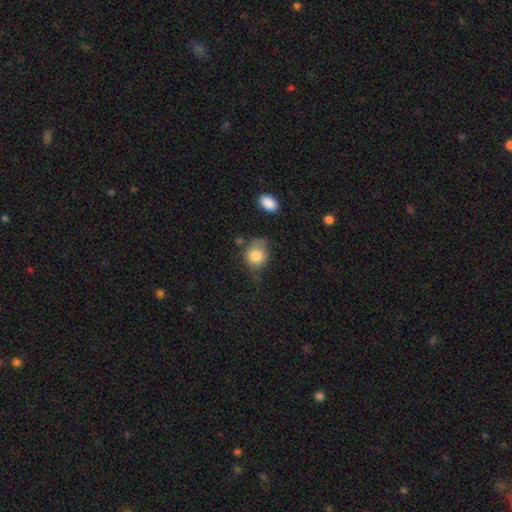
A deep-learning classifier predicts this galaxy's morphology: Smooth or featured? smooth (80%)
How rounded? round (60%)
Merging? none (43%)